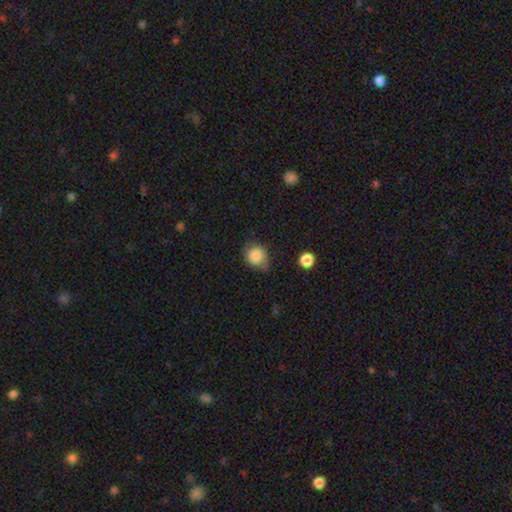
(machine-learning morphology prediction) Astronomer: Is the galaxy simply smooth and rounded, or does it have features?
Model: smooth — 85%.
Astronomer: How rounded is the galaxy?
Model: round — 77%.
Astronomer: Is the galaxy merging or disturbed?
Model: none — 62%.